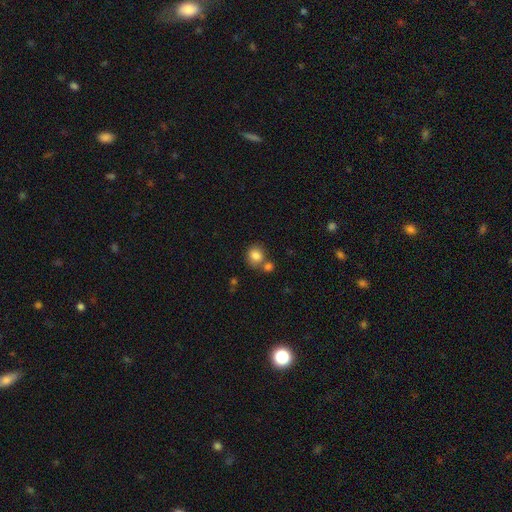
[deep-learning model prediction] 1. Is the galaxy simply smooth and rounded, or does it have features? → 83% smooth, 10% star or artifact, 7% featured or disk.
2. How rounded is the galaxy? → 76% round, 23% in between, 1% cigar-shaped.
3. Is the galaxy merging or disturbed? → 58% none, 28% merger, 11% minor disturbance, 4% major disturbance.